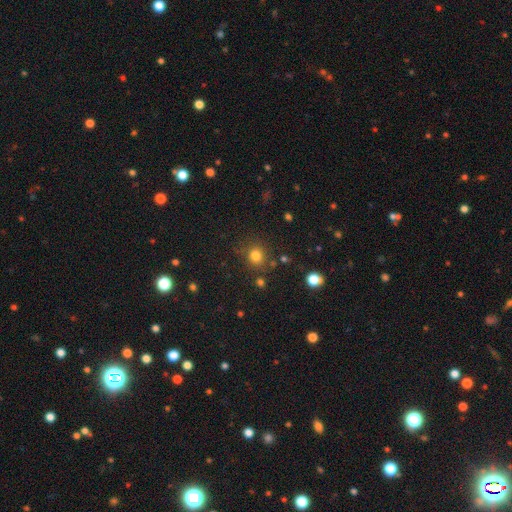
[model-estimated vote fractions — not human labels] Smooth or featured? smooth (79%)
How rounded? round (88%)
Merging? none (82%)